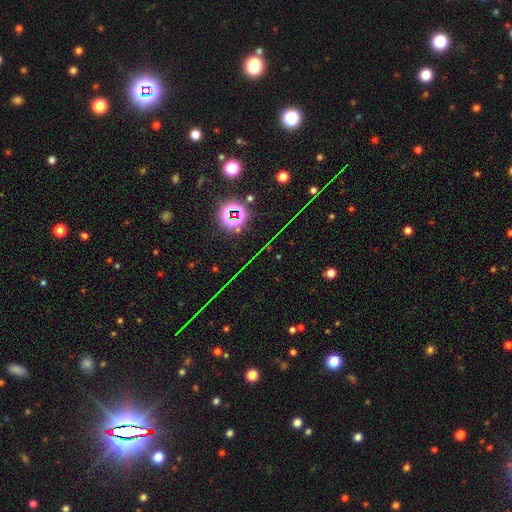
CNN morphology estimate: This is clearly a star or artifact rather than a galaxy (81%).